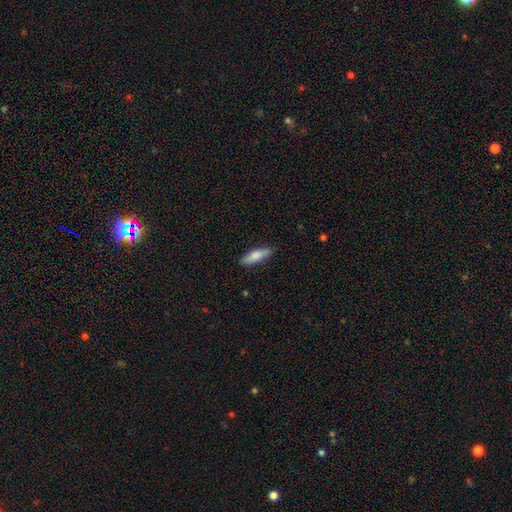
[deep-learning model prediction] Smooth or featured? Predicted: smooth (p=0.78). How rounded? Predicted: cigar-shaped (p=0.60). Merging? Predicted: none (p=0.86).